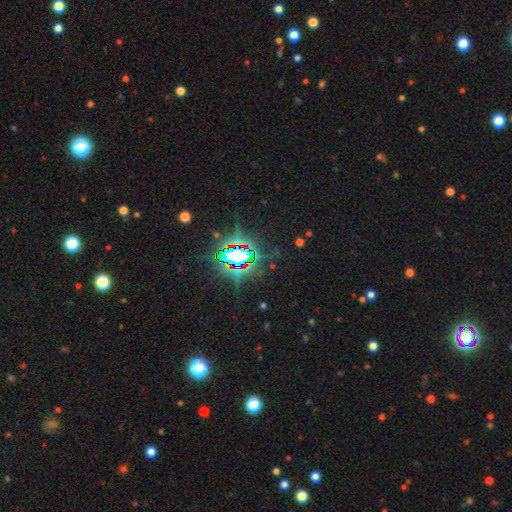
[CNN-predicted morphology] Smooth or featured: star or artifact — 84% (smooth — 9%)